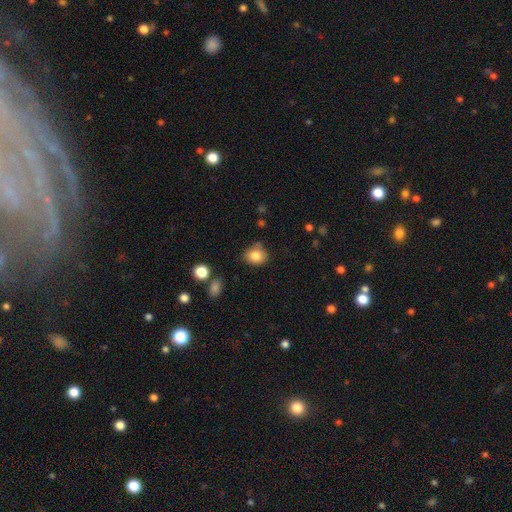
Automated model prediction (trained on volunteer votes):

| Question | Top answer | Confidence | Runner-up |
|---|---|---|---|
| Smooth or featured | smooth | 83% | star or artifact (10%) |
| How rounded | round | 64% | in between (35%) |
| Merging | none | 72% | minor disturbance (20%) |